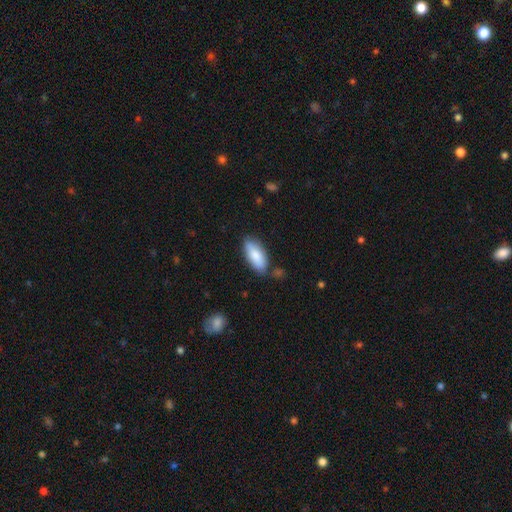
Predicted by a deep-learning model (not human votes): smooth-or-featured: smooth: 81% | featured or disk: 13% | star or artifact: 6%
  how-rounded: in between: 82% | cigar-shaped: 16% | round: 2%
  merging: none: 73% | minor disturbance: 18% | merger: 5% | major disturbance: 4%